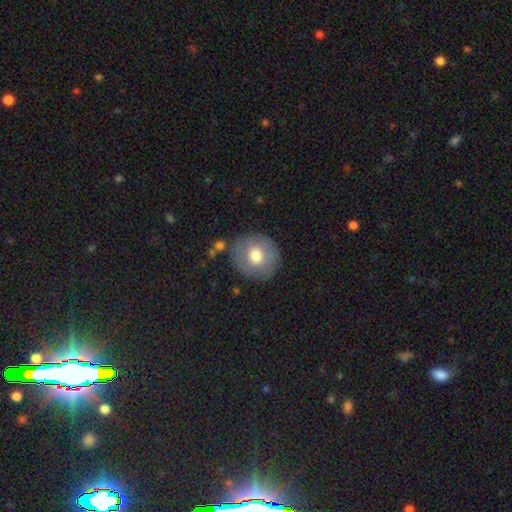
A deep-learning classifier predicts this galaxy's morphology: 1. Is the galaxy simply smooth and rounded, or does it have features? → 69% smooth, 23% featured or disk, 8% star or artifact.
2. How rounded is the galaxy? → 88% round, 11% in between, 1% cigar-shaped.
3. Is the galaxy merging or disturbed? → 81% none, 12% minor disturbance, 4% major disturbance, 3% merger.